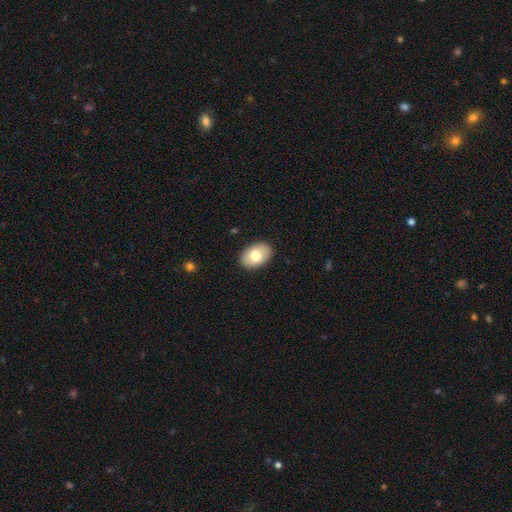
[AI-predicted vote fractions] The model was most divided on "smooth or featured": smooth: 76%, featured or disk: 17%, star or artifact: 6%. More confident: merging — none (89%); how rounded — in between (85%).